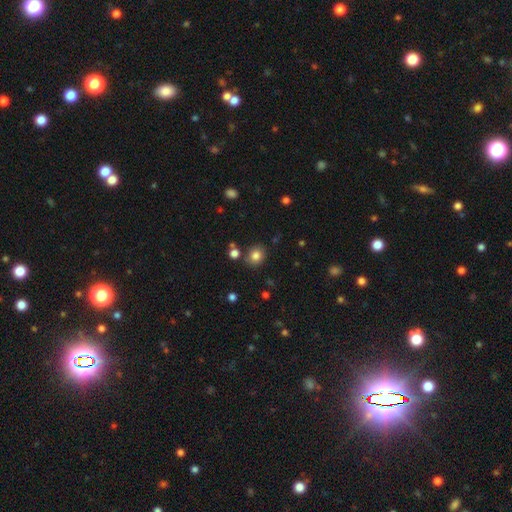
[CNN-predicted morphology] Smooth or featured?
  - smooth: 81% *
  - star or artifact: 12%
  - featured or disk: 6%
How rounded?
  - round: 74% *
  - in between: 26%
  - cigar-shaped: 1%
Merging?
  - none: 82% *
  - minor disturbance: 10%
  - merger: 6%
  - major disturbance: 3%